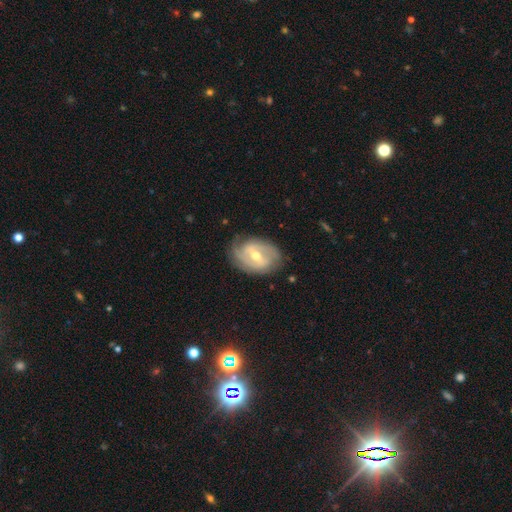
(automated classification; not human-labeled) A featured or disk galaxy (81%) with a weak bar (47%), 2 (60%) tight (49%) spiral arms (88%) and a moderate central bulge (64%).

Vote fractions:
- Smooth or featured? featured or disk: 81% / smooth: 13% / star or artifact: 5%
- Edge-on disk? no: 95% / yes: 5%
- Bar? weak: 47% / strong: 37% / no: 16%
- Spiral arms? yes: 88% / no: 12%
- Spiral winding? tight: 49% / medium: 37% / loose: 14%
- Spiral arm count? 2: 60% / can't tell: 20% / 3: 11% / 1: 5% / 4: 3% / more than 4: 2%
- Bulge size? moderate: 64% / small: 32% / large: 2% / none: 1% / dominant: 1%
- Merging? none: 75% / minor disturbance: 18% / major disturbance: 6% / merger: 1%